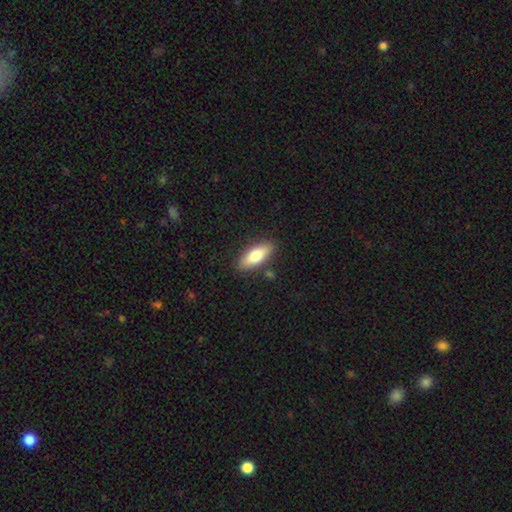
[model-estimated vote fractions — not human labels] Smooth or featured? Predicted: smooth (p=0.74). How rounded? Predicted: in between (p=0.71). Merging? Predicted: none (p=0.85).